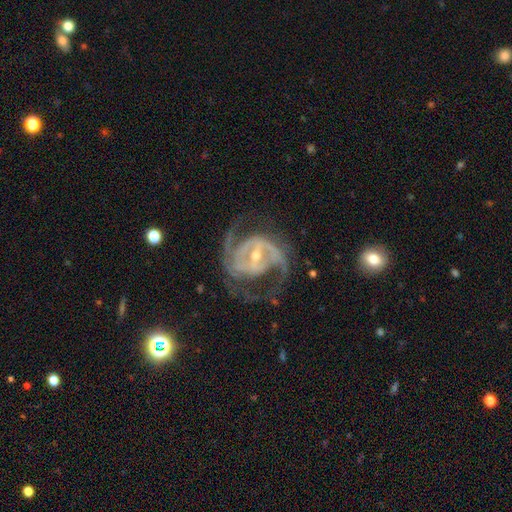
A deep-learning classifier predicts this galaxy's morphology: A featured or disk galaxy (92%) with a strong bar (50%), 2 (69%) medium (54%) spiral arms (97%) and a small central bulge (59%). Merging: none (63%).